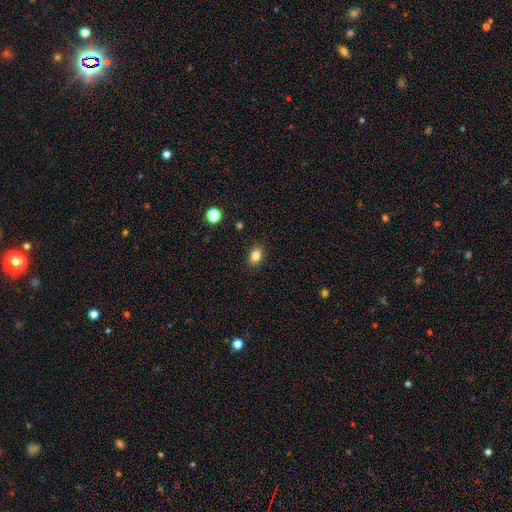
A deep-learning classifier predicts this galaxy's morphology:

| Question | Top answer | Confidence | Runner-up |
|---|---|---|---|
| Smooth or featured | smooth | 83% | star or artifact (10%) |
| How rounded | in between | 77% | round (21%) |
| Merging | none | 88% | minor disturbance (9%) |